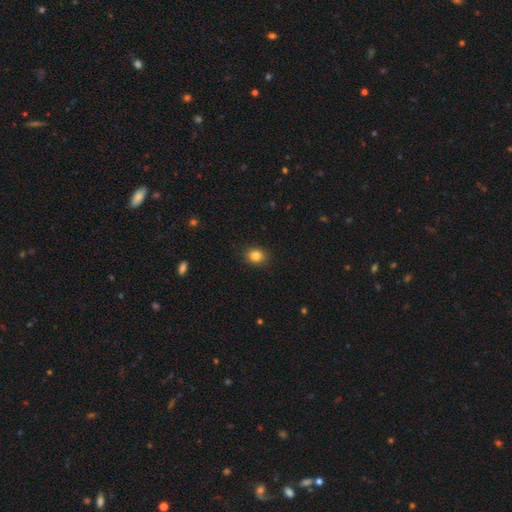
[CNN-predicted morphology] Overall: smooth (85%). How rounded: round (65%; in between 34%). Merging: none (89%).